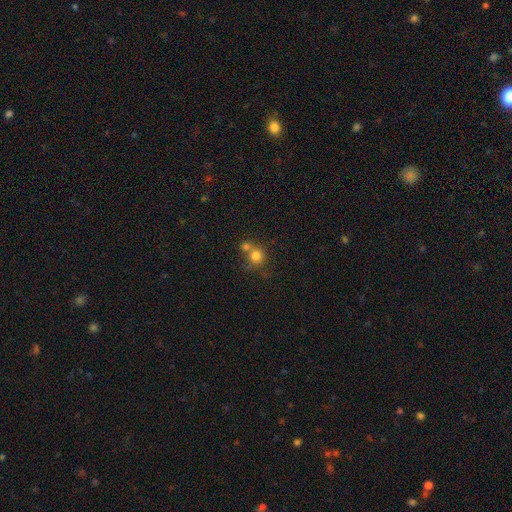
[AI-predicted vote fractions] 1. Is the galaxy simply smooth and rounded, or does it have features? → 78% smooth, 12% star or artifact, 10% featured or disk.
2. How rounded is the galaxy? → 88% round, 11% in between, 1% cigar-shaped.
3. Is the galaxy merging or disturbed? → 45% none, 44% merger, 8% minor disturbance, 4% major disturbance.